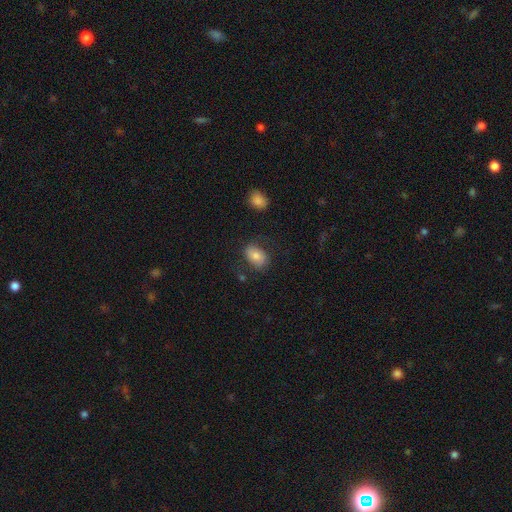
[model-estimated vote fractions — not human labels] This appears to be a smooth galaxy with no disk features (71%) that is in between round and cigar-shaped (82%). Merging: none (68%).